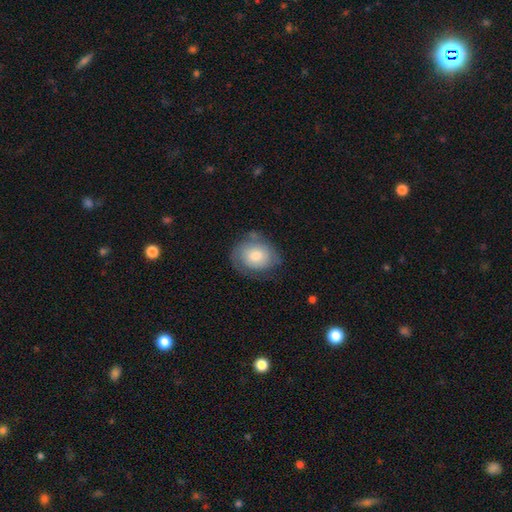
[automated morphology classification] smooth-or-featured: smooth: 54% | featured or disk: 39% | star or artifact: 7%
  how-rounded: round: 61% | in between: 38% | cigar-shaped: 1%
  merging: none: 62% | minor disturbance: 25% | major disturbance: 10% | merger: 3%